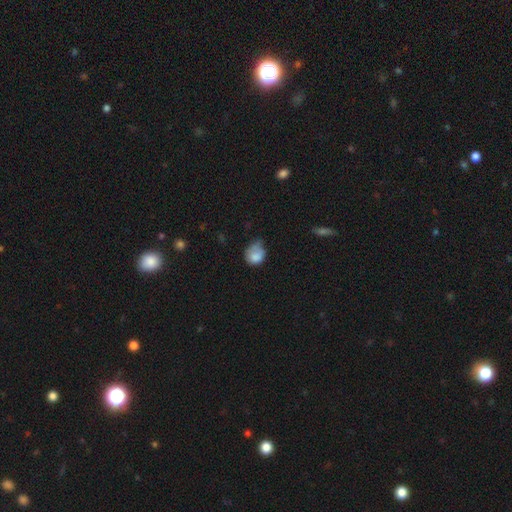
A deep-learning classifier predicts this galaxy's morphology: The model was most divided on "merging": minor disturbance: 41%, none: 31%, major disturbance: 22%, merger: 7%. More confident: smooth or featured — smooth (77%); how rounded — round (57%).